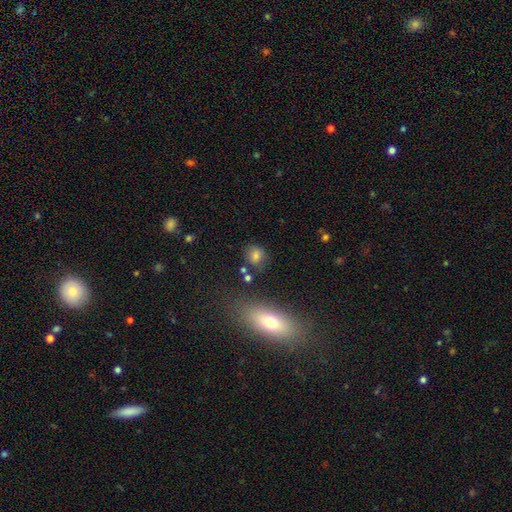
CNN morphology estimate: A smooth galaxy with no disk features (76%) that is round (64%). Merging: none (73%).